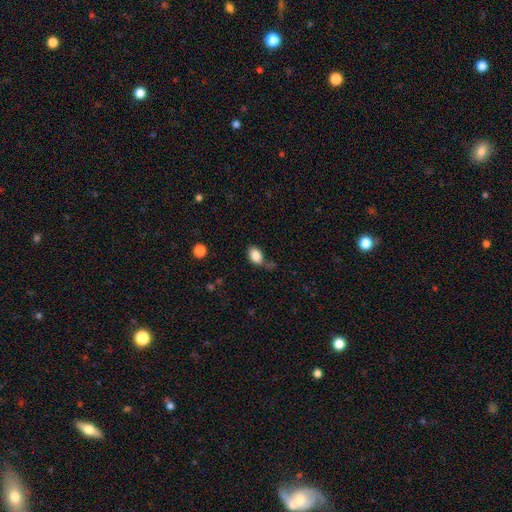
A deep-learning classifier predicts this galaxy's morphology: smooth-or-featured: smooth: 85% | star or artifact: 8% | featured or disk: 7%
  how-rounded: in between: 86% | round: 13% | cigar-shaped: 1%
  merging: none: 58% | minor disturbance: 24% | major disturbance: 9% | merger: 8%